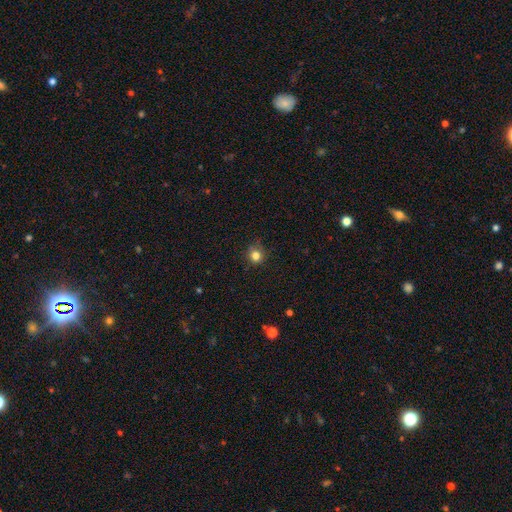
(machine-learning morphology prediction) smooth_or_featured: smooth (p=0.80) [alt: star or artifact p=0.14]
how_rounded: round (p=0.88) [alt: in between p=0.11]
merging: none (p=0.75) [alt: minor disturbance p=0.19]